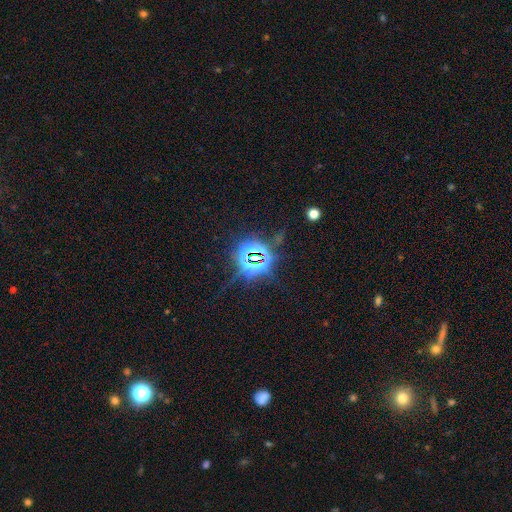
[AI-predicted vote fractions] Overall: star or artifact (82%).